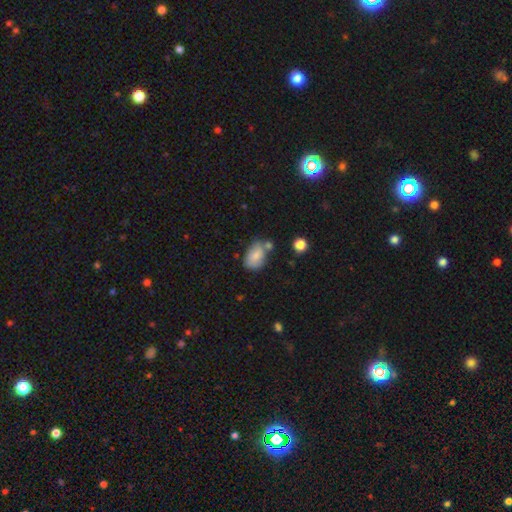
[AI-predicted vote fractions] Smooth or featured?
  - smooth: 77% *
  - featured or disk: 15%
  - star or artifact: 8%
How rounded?
  - in between: 87% *
  - round: 12%
  - cigar-shaped: 1%
Merging?
  - none: 47% *
  - minor disturbance: 25%
  - merger: 20%
  - major disturbance: 8%